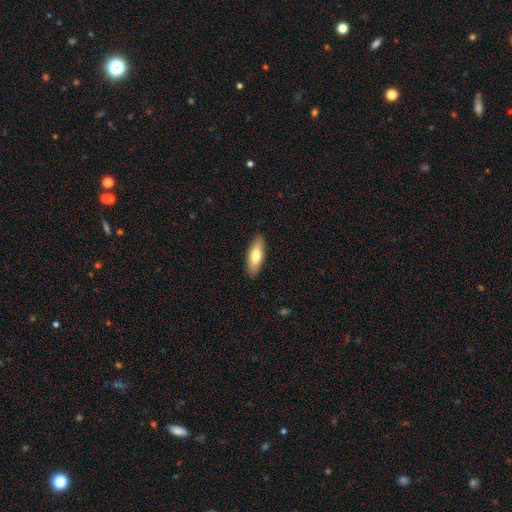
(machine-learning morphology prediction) smooth-or-featured: smooth: 74% | featured or disk: 21% | star or artifact: 6%
  how-rounded: in between: 64% | cigar-shaped: 34% | round: 2%
  merging: none: 89% | minor disturbance: 9% | major disturbance: 2% | merger: 1%